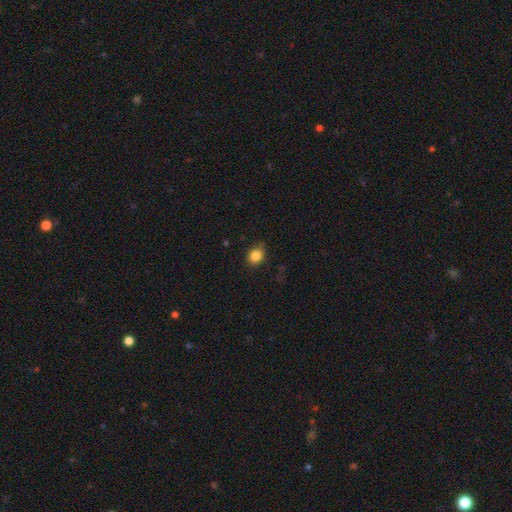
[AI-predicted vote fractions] Q: Smooth or featured?
A: smooth (84%); runner-up: star or artifact (11%)
Q: How rounded?
A: round (65%); runner-up: in between (34%)
Q: Merging?
A: none (78%); runner-up: minor disturbance (18%)